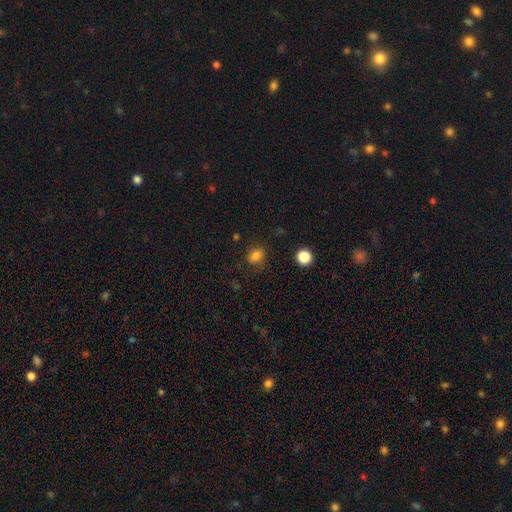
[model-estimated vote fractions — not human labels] smooth 82%, star or artifact 13%, featured or disk 5%. Down the decision tree: how rounded — round (61%); merging — none (79%).